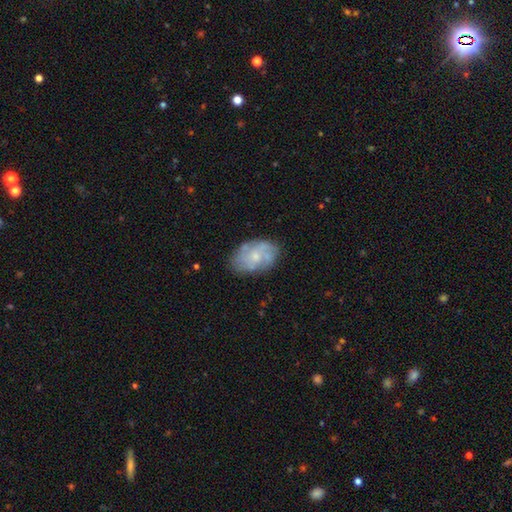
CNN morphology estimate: Smooth or featured?
  - featured or disk: 61% *
  - smooth: 32%
  - star or artifact: 7%
Edge-on disk?
  - no: 97% *
  - yes: 3%
Bar?
  - no: 79% *
  - weak: 19%
  - strong: 2%
Spiral arms?
  - yes: 72% *
  - no: 28%
Bulge size?
  - small: 55% *
  - moderate: 35%
  - none: 7%
  - large: 2%
  - dominant: 1%
Merging?
  - none: 71% *
  - minor disturbance: 20%
  - major disturbance: 7%
  - merger: 2%